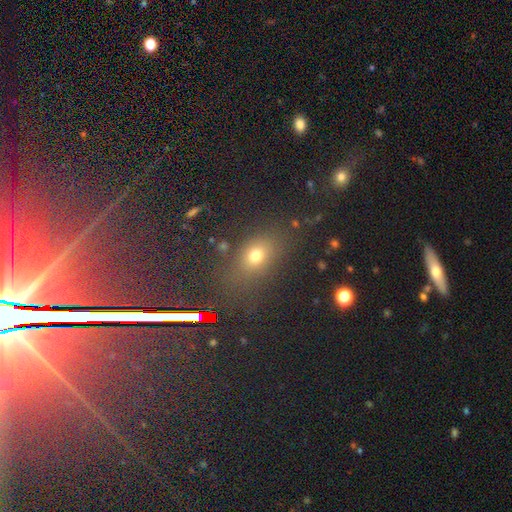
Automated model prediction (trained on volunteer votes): smooth-or-featured: smooth: 66% | star or artifact: 23% | featured or disk: 11%
  how-rounded: in between: 58% | round: 37% | cigar-shaped: 5%
  merging: none: 73% | minor disturbance: 13% | major disturbance: 8% | merger: 6%